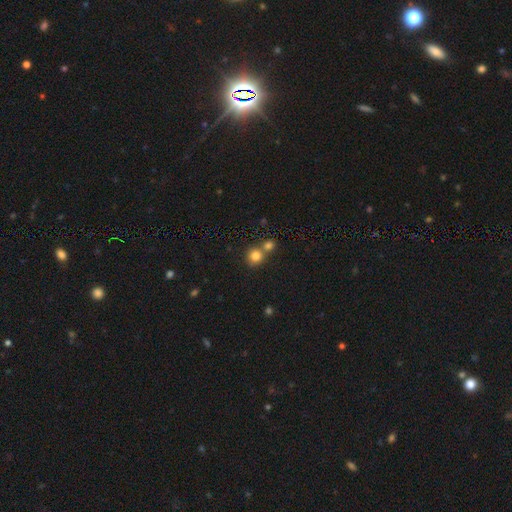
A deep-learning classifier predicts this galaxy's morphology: Q: Smooth or featured?
A: smooth (81%); runner-up: star or artifact (12%)
Q: How rounded?
A: round (89%); runner-up: in between (11%)
Q: Merging?
A: none (52%); runner-up: merger (39%)